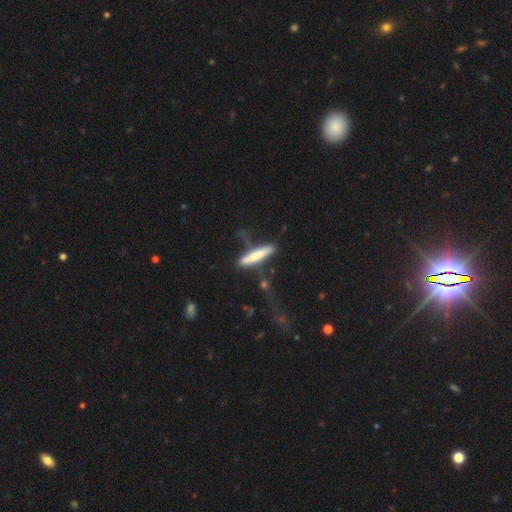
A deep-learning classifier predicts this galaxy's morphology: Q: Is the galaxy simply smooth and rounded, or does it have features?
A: smooth — 64%.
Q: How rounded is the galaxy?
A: cigar-shaped — 88%.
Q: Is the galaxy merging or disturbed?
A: none — 51%.